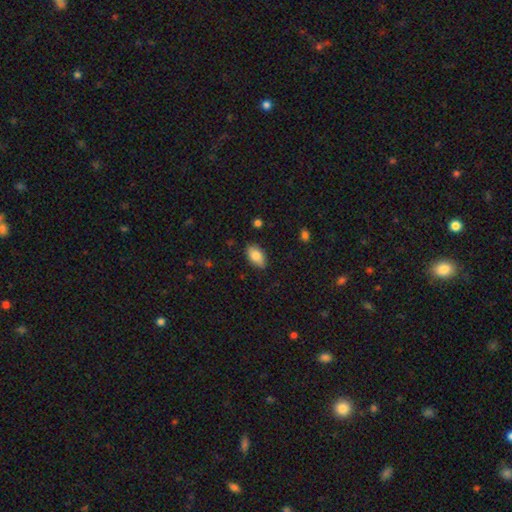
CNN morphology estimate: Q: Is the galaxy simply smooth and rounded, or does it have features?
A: smooth — 85%.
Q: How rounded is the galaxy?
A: in between — 93%.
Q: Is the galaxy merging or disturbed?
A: none — 85%.